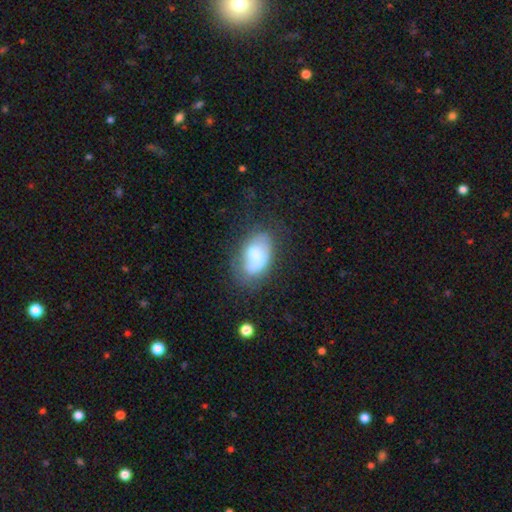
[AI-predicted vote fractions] The model was most divided on "smooth or featured": smooth: 52%, featured or disk: 39%, star or artifact: 9%. Remaining: how rounded — in between (88%); merging — none (47%).